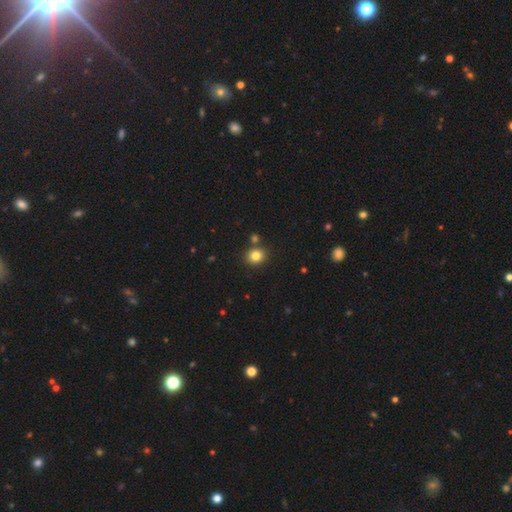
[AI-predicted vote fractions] The model was most divided on "how rounded": round: 72%, in between: 27%, cigar-shaped: 1%. More confident: smooth or featured — smooth (83%); merging — none (80%).